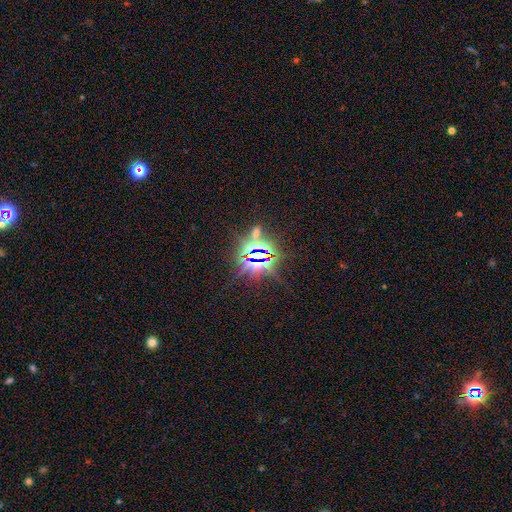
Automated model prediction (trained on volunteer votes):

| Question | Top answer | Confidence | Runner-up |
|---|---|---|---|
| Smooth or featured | star or artifact | 85% | featured or disk (8%) |